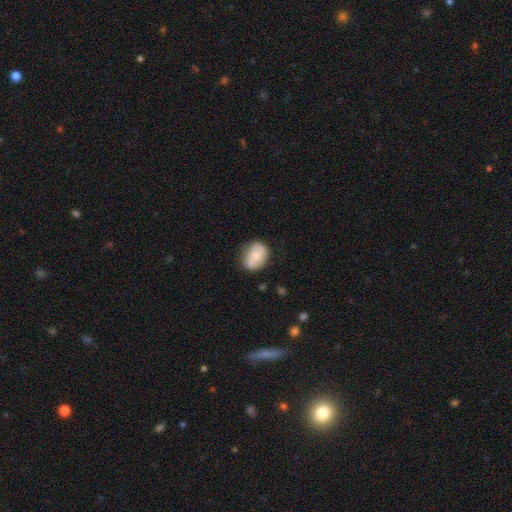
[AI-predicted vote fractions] Smooth or featured?
  - smooth: 60% *
  - featured or disk: 33%
  - star or artifact: 7%
How rounded?
  - in between: 62% *
  - round: 37%
  - cigar-shaped: 1%
Merging?
  - none: 70% *
  - minor disturbance: 22%
  - major disturbance: 5%
  - merger: 2%